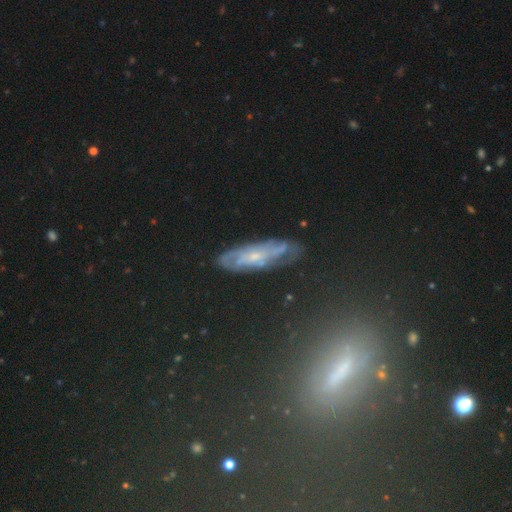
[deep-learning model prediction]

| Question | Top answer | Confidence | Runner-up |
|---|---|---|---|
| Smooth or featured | featured or disk | 66% | smooth (20%) |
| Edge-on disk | no | 72% | yes (28%) |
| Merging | none | 78% | minor disturbance (16%) |